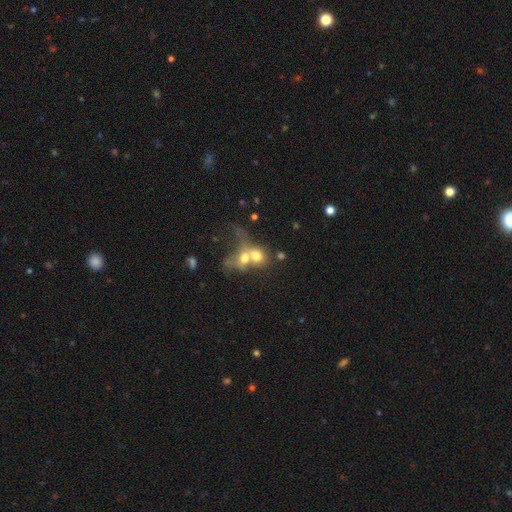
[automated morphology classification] Smooth or featured? Predicted: smooth (p=0.62). How rounded? Predicted: round (p=0.60). Merging? Predicted: merger (p=0.75).